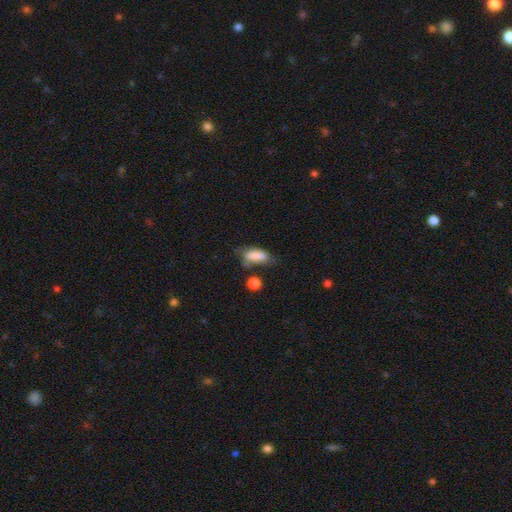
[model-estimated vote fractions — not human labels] A smooth galaxy with no disk features (77%) that is in between round and cigar-shaped (82%).

Vote fractions:
- Smooth or featured? smooth: 77% / featured or disk: 14% / star or artifact: 9%
- How rounded? in between: 82% / cigar-shaped: 14% / round: 4%
- Merging? none: 40% / minor disturbance: 32% / major disturbance: 18% / merger: 10%